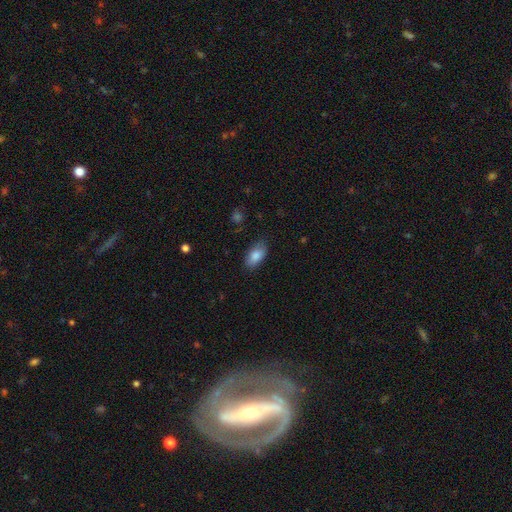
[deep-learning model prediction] Q: Smooth or featured?
A: smooth (85%); runner-up: featured or disk (8%)
Q: How rounded?
A: in between (92%); runner-up: cigar-shaped (5%)
Q: Merging?
A: none (82%); runner-up: minor disturbance (14%)